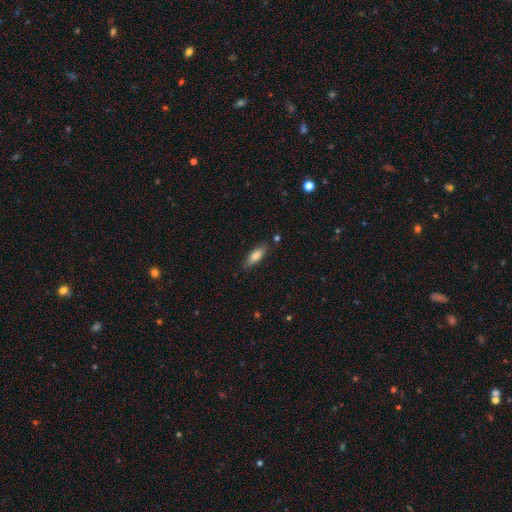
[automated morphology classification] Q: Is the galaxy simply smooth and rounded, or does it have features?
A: smooth — 75%.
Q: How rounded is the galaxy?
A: in between — 54%.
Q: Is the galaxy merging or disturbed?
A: none — 81%.